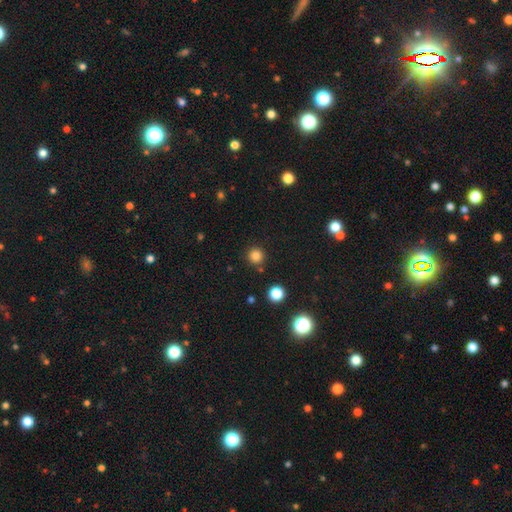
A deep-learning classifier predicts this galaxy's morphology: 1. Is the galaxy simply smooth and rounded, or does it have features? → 82% smooth, 14% star or artifact, 4% featured or disk.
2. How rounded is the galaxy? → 95% round, 4% in between, 1% cigar-shaped.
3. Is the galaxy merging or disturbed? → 86% none, 7% minor disturbance, 4% merger, 2% major disturbance.